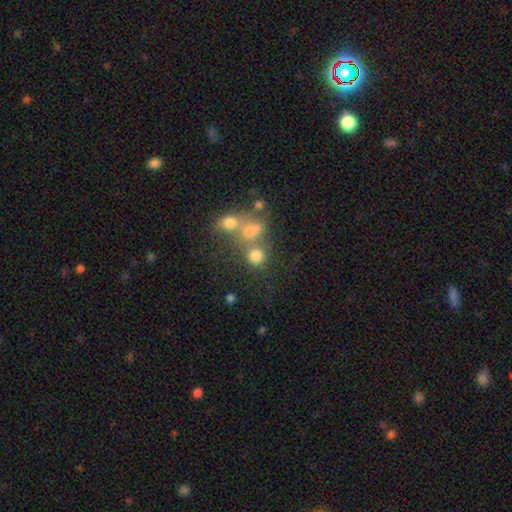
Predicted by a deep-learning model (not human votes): Morphology: type=smooth (74%); roundness=round (81%); merging=none (46%).